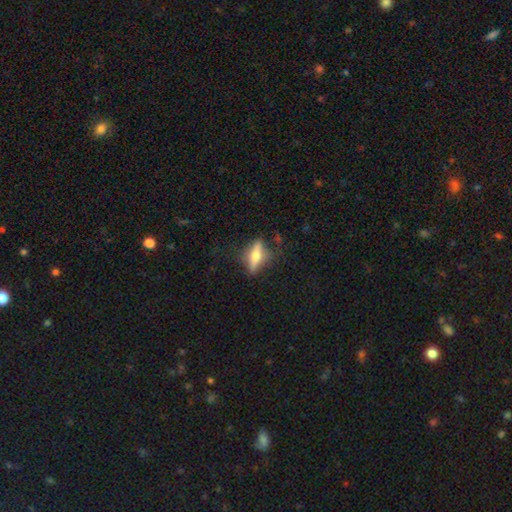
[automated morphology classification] Smooth or featured?
  - featured or disk: 54% *
  - smooth: 38%
  - star or artifact: 8%
Edge-on disk?
  - yes: 88% *
  - no: 12%
Merging?
  - none: 73% *
  - minor disturbance: 17%
  - major disturbance: 8%
  - merger: 2%